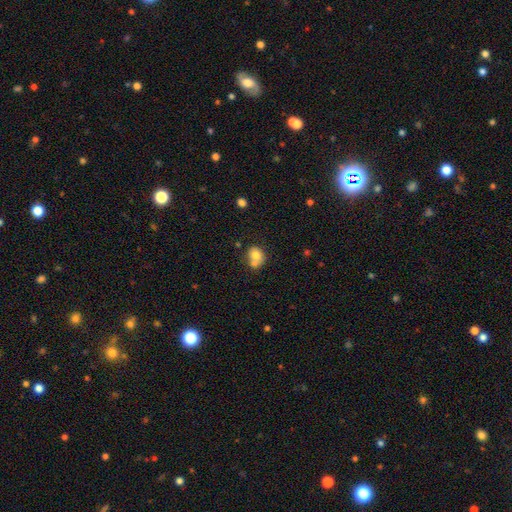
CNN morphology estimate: Overall: smooth (74%). How rounded: round (57%; in between 42%). Merging: merger (46%; none 34%).